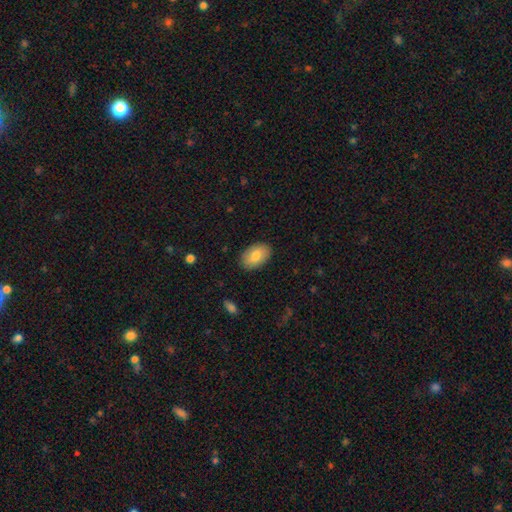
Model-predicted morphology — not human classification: smooth_or_featured: smooth (p=0.81) [alt: featured or disk p=0.13]
how_rounded: in between (p=0.92) [alt: round p=0.07]
merging: none (p=0.88) [alt: minor disturbance p=0.09]